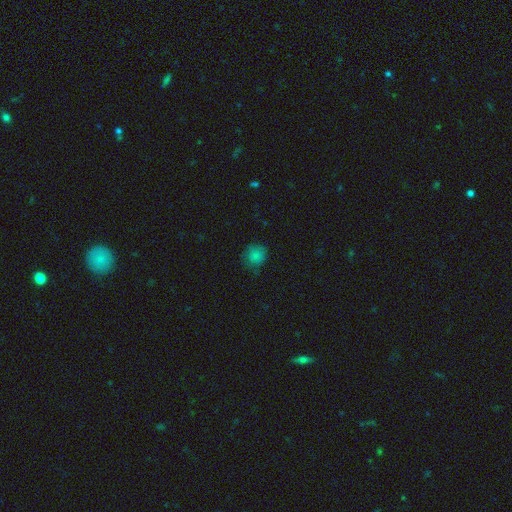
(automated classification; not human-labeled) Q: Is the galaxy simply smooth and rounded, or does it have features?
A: smooth — 81%.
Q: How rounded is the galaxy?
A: round — 83%.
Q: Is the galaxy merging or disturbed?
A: none — 71%.